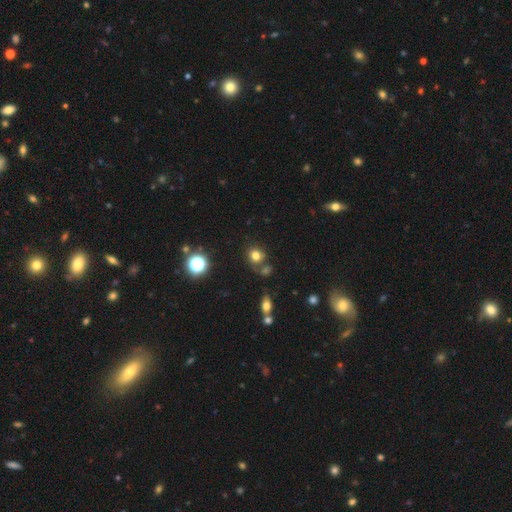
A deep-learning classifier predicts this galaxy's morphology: Overall: smooth (75%). How rounded: round (76%). Merging: none (64%).